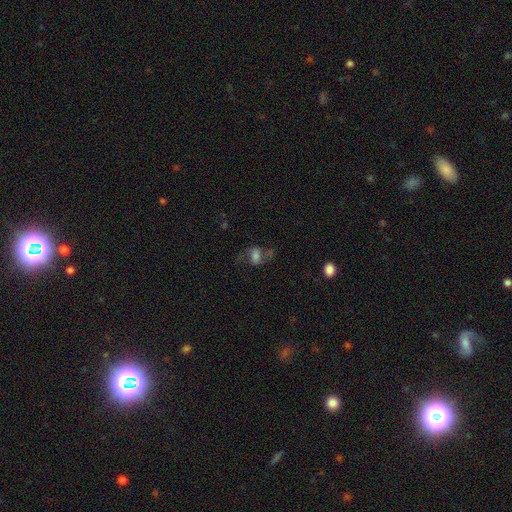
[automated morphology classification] smooth-or-featured: smooth: 50% | featured or disk: 36% | star or artifact: 14%
  merging: none: 48% | major disturbance: 21% | minor disturbance: 21% | merger: 10%